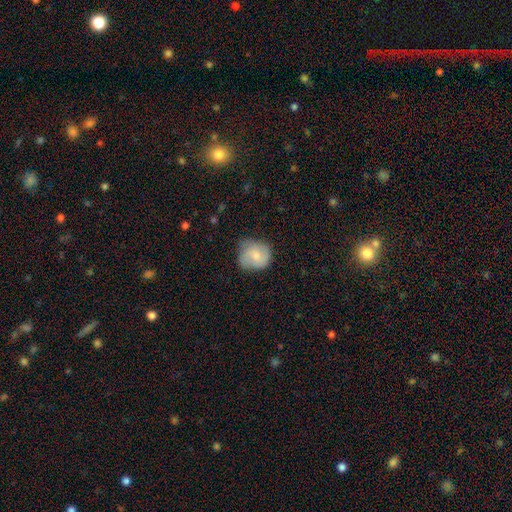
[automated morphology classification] This appears to be a smooth galaxy with no disk features (63%) that is round (73%). Merging: none (54%).